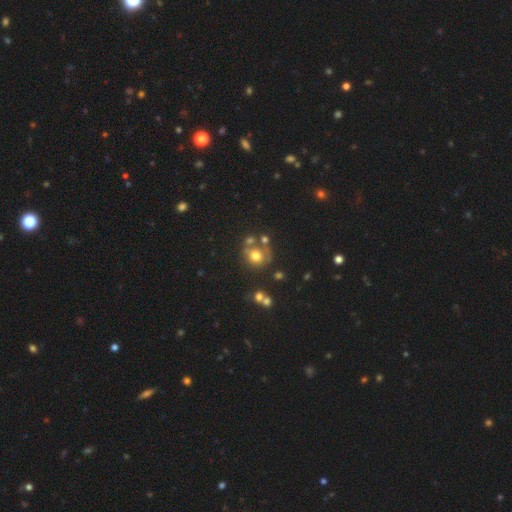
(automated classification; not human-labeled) smooth-or-featured: smooth: 67% | featured or disk: 18% | star or artifact: 15%
  how-rounded: round: 81% | in between: 18% | cigar-shaped: 1%
  merging: none: 53% | merger: 23% | minor disturbance: 16% | major disturbance: 9%